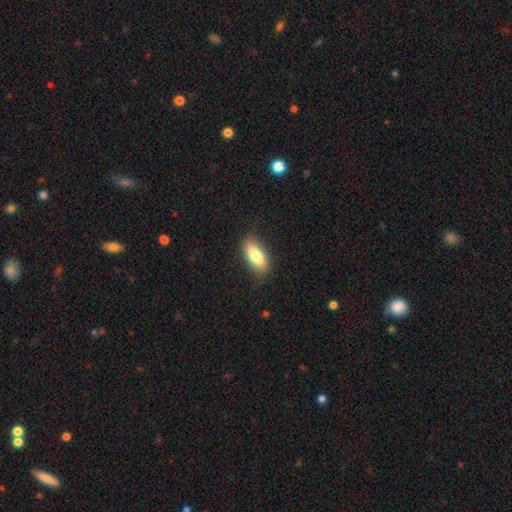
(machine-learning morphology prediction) Smooth or featured? Predicted: smooth (p=0.79). How rounded? Predicted: in between (p=0.83). Merging? Predicted: none (p=0.81).